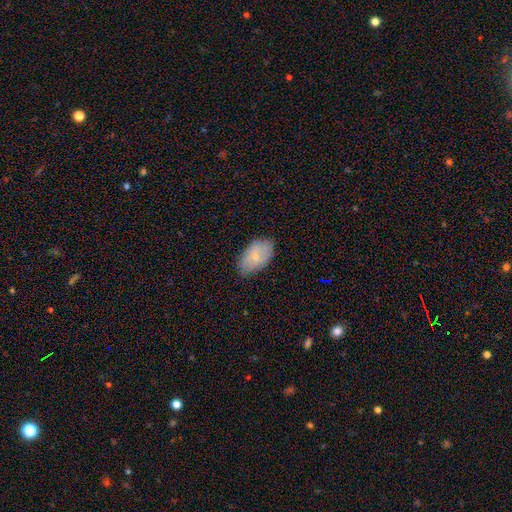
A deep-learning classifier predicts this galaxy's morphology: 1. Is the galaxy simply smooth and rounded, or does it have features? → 65% smooth, 28% featured or disk, 7% star or artifact.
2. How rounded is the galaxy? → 93% in between, 5% round, 2% cigar-shaped.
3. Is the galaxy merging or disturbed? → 77% none, 19% minor disturbance, 3% major disturbance, 1% merger.